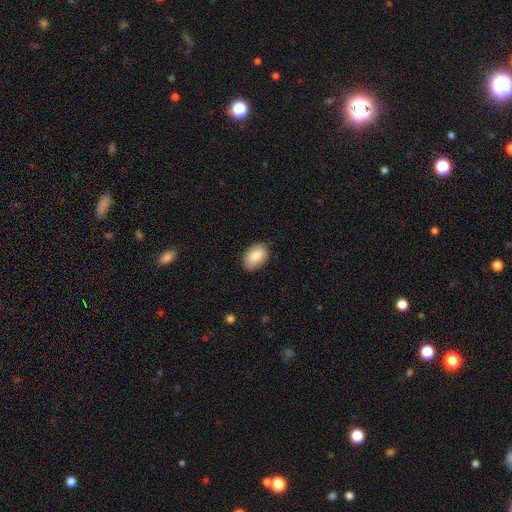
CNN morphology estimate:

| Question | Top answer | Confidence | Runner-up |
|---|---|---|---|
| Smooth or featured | smooth | 84% | featured or disk (9%) |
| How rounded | in between | 87% | round (12%) |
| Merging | none | 82% | minor disturbance (15%) |